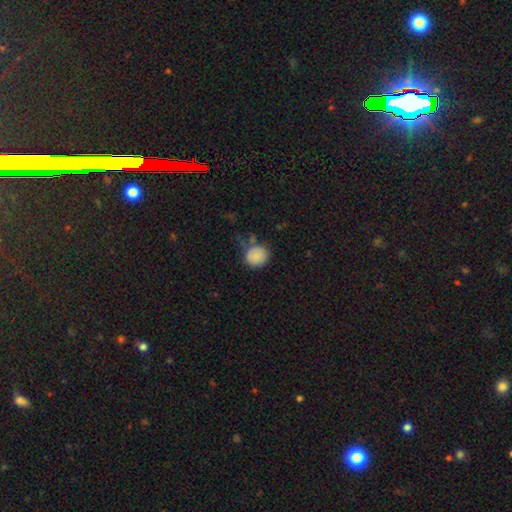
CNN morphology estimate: Q: Smooth or featured?
A: smooth (86%); runner-up: star or artifact (9%)
Q: How rounded?
A: round (81%); runner-up: in between (18%)
Q: Merging?
A: none (64%); runner-up: minor disturbance (21%)